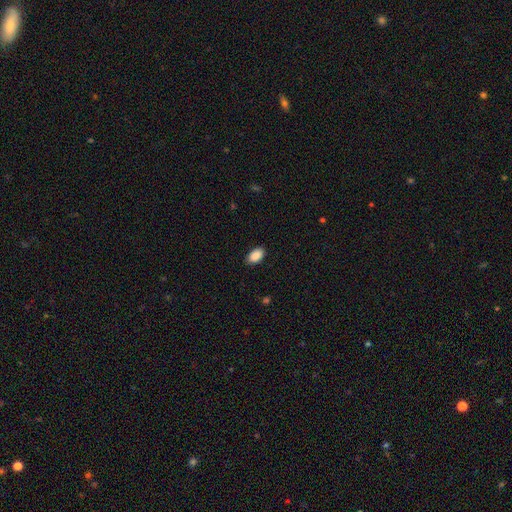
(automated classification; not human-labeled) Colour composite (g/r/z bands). It shows a smooth galaxy with no disk features (90%) that is in between round and cigar-shaped (94%). Merging: none (88%).